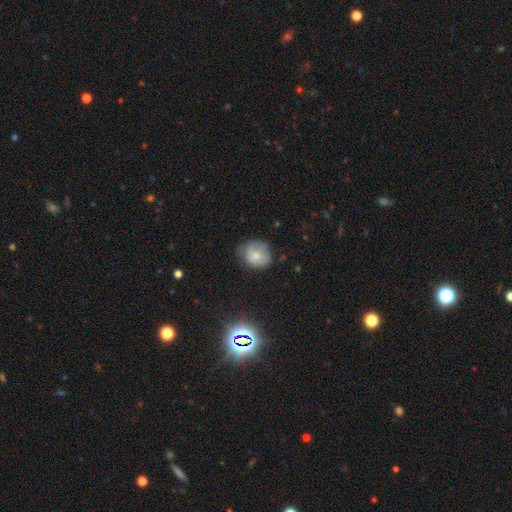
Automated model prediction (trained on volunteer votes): smooth 68%, featured or disk 22%, star or artifact 10%. Down the decision tree: how rounded — round (64%); merging — none (56%).